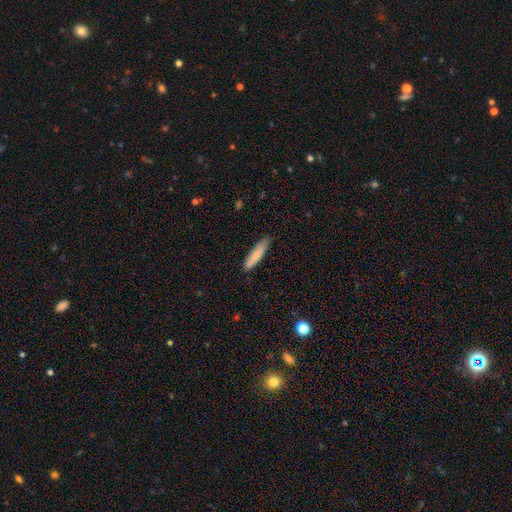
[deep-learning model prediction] Smooth or featured? smooth (81%)
How rounded? cigar-shaped (84%)
Merging? none (83%)